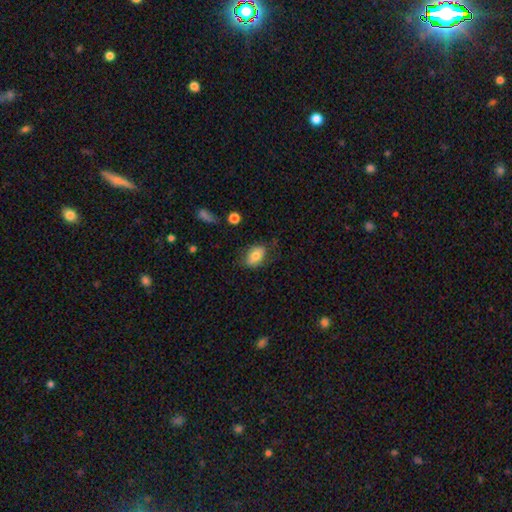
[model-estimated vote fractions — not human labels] This is likely a smooth galaxy (74%). How rounded: clearly in between (85%). Merging: likely none (65%).